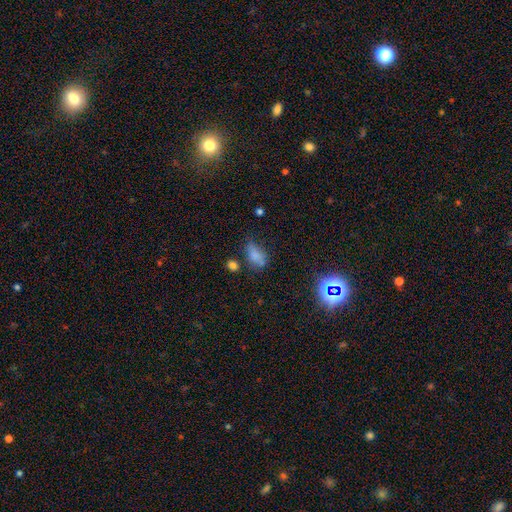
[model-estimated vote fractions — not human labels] A smooth galaxy with no disk features (71%) that is in between round and cigar-shaped (84%).

Vote fractions:
- Smooth or featured? smooth: 71% / star or artifact: 16% / featured or disk: 12%
- How rounded? in between: 84% / round: 11% / cigar-shaped: 5%
- Merging? none: 44% / minor disturbance: 29% / major disturbance: 15% / merger: 12%